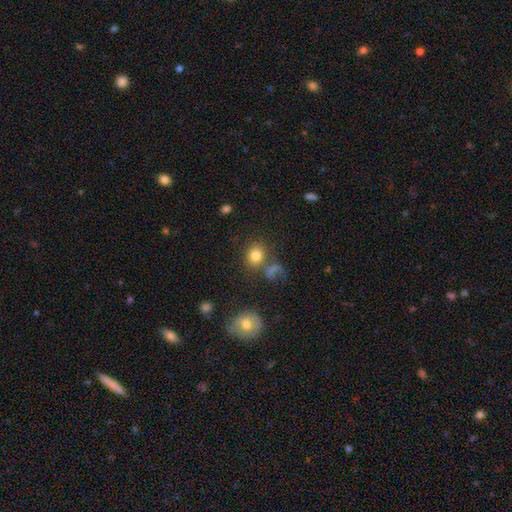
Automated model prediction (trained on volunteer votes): This appears to be a smooth galaxy with no disk features (79%) that is round (63%). Merging: none (66%).